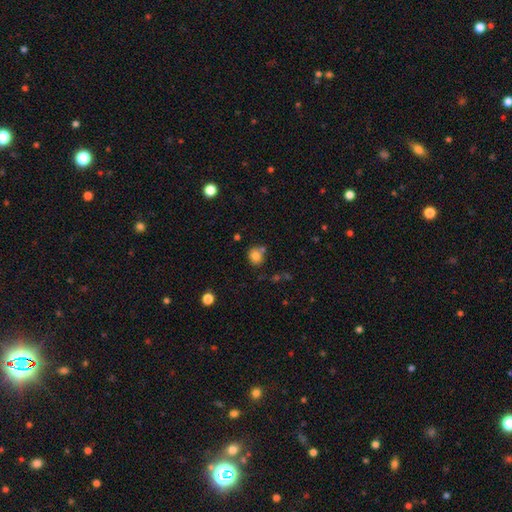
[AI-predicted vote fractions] Smooth or featured?
  - smooth: 81% *
  - star or artifact: 12%
  - featured or disk: 7%
How rounded?
  - round: 77% *
  - in between: 22%
  - cigar-shaped: 1%
Merging?
  - none: 69% *
  - merger: 15%
  - minor disturbance: 13%
  - major disturbance: 4%